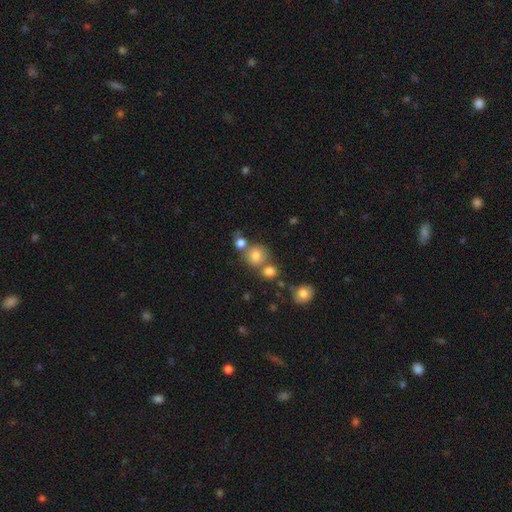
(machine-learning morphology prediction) Q: Smooth or featured?
A: smooth (77%); runner-up: star or artifact (14%)
Q: How rounded?
A: round (82%); runner-up: in between (17%)
Q: Merging?
A: none (58%); runner-up: merger (28%)